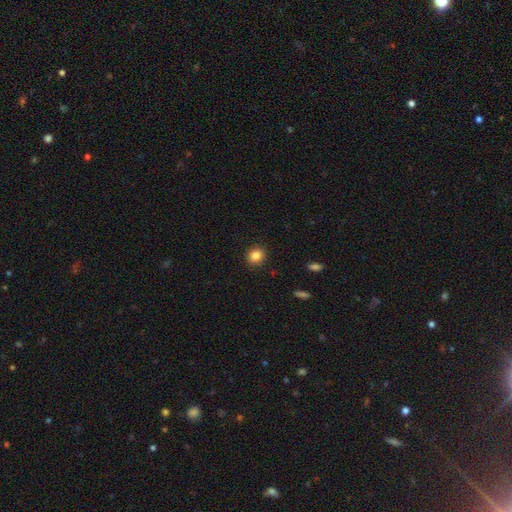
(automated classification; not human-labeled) Smooth or featured? Predicted: smooth (p=0.85). How rounded? Predicted: round (p=0.80). Merging? Predicted: none (p=0.91).